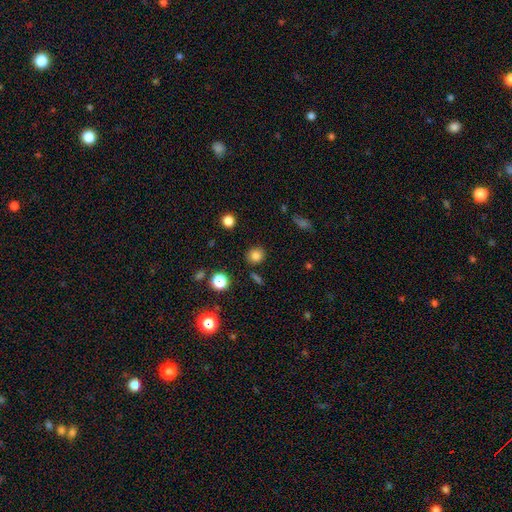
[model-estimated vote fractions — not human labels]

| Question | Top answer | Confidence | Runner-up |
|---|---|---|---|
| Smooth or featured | smooth | 82% | star or artifact (13%) |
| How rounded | round | 86% | in between (13%) |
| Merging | none | 87% | minor disturbance (8%) |